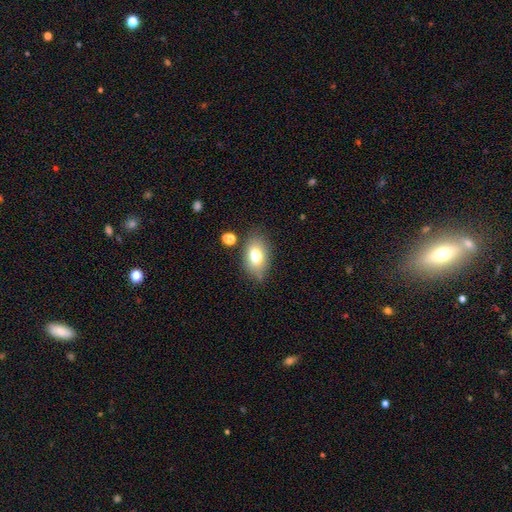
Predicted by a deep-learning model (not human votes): A smooth galaxy with no disk features (76%) that is in between round and cigar-shaped (86%). Merging: none (72%).